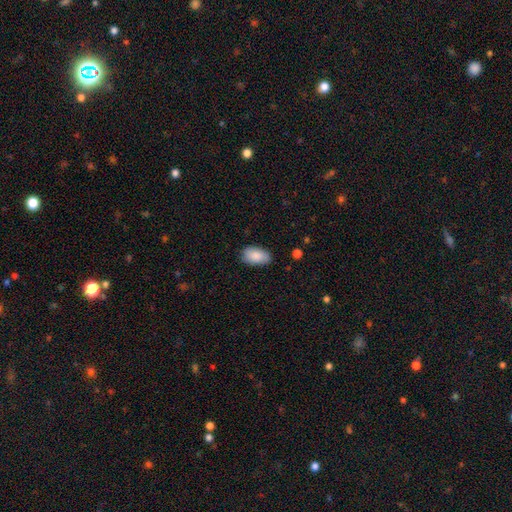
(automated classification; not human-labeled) Smooth or featured: smooth — 87% (featured or disk — 6%)
How rounded: in between — 94% (round — 5%)
Merging: none — 81% (minor disturbance — 15%)